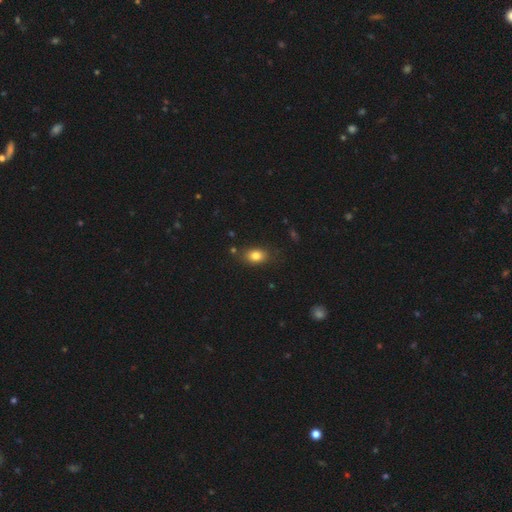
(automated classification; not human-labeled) Smooth or featured: smooth — 82% (star or artifact — 10%)
How rounded: in between — 78% (round — 20%)
Merging: none — 81% (minor disturbance — 14%)